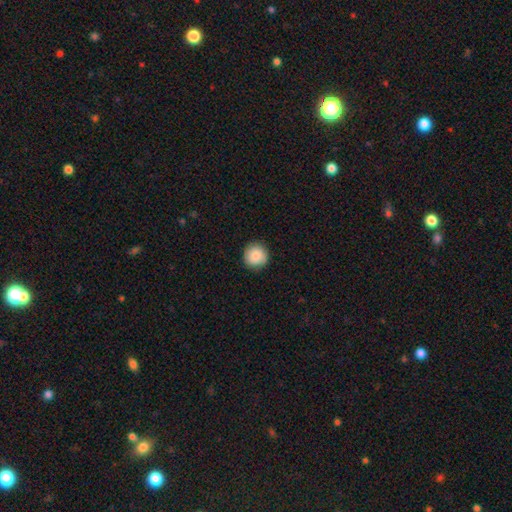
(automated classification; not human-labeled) smooth 86%, star or artifact 8%, featured or disk 6%. Down the decision tree: how rounded — round (94%); merging — none (89%).